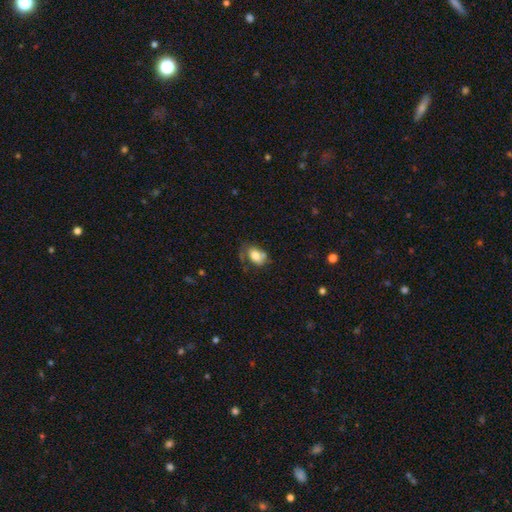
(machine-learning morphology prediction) type=smooth (73%); roundness=in between (87%); merging=none (45%).